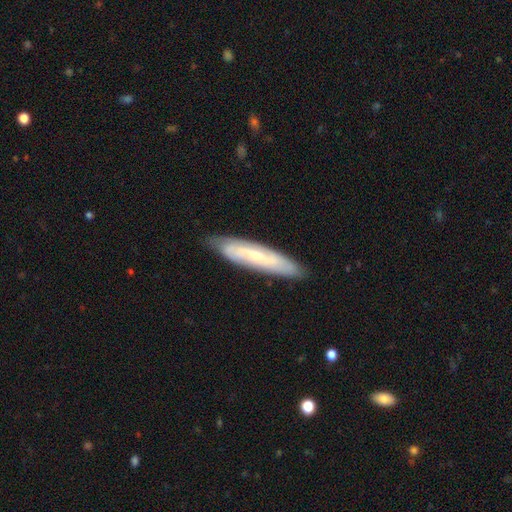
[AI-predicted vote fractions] A featured or disk galaxy (58%).

Vote fractions:
- Smooth or featured? featured or disk: 58% / smooth: 36% / star or artifact: 6%
- Edge-on disk? no: 58% / yes: 42%
- Merging? none: 82% / minor disturbance: 14% / major disturbance: 3% / merger: 1%